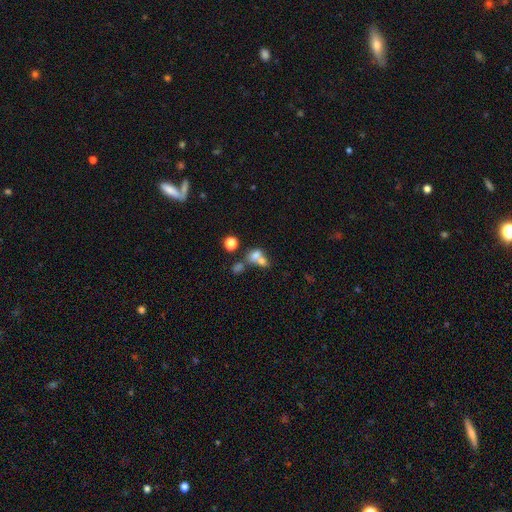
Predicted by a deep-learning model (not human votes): smooth-or-featured: smooth: 67% | featured or disk: 19% | star or artifact: 14%
  how-rounded: in between: 50% | round: 47% | cigar-shaped: 2%
  merging: merger: 60% | none: 26% | minor disturbance: 8% | major disturbance: 6%